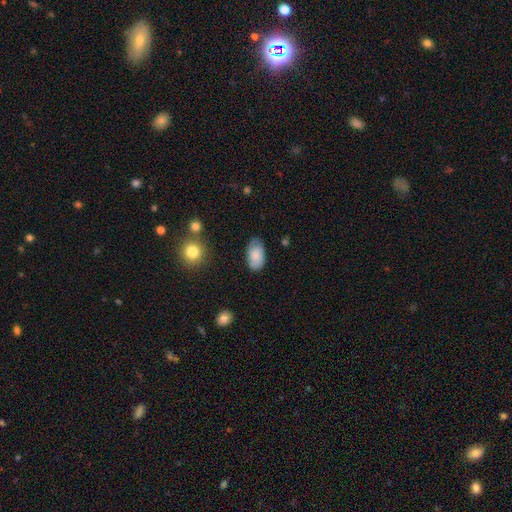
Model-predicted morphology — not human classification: This is likely a smooth galaxy (78%). How rounded: clearly in between (94%). Merging: likely none (74%).